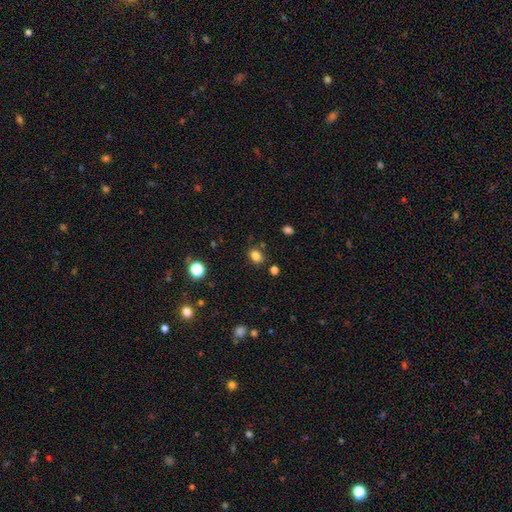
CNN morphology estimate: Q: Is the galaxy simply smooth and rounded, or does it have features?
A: smooth — 82%.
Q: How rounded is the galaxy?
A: in between — 61%.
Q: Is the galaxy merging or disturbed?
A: none — 80%.